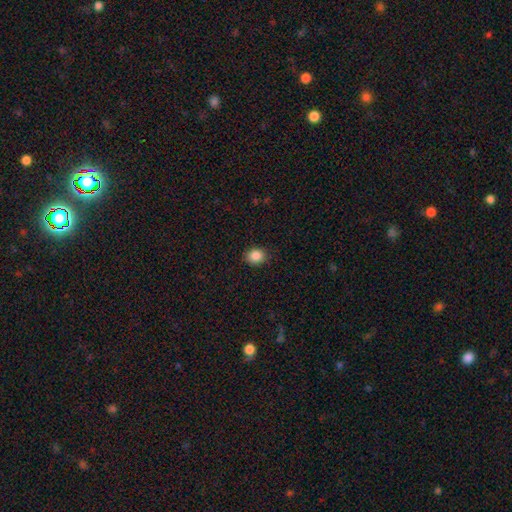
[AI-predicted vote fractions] Smooth or featured? Predicted: smooth (p=0.87). How rounded? Predicted: round (p=0.68). Merging? Predicted: none (p=0.89).